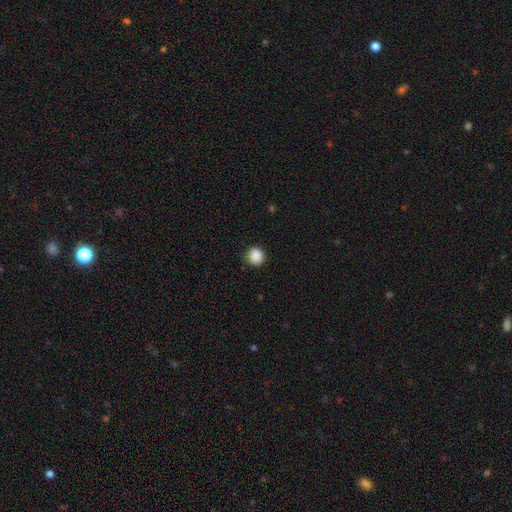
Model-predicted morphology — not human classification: smooth_or_featured: smooth (p=0.88) [alt: star or artifact p=0.09]
how_rounded: round (p=0.89) [alt: in between p=0.10]
merging: none (p=0.87) [alt: minor disturbance p=0.10]